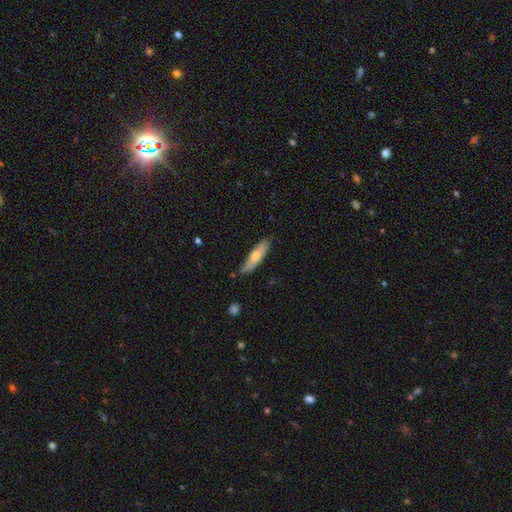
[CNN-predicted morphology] Smooth or featured? Predicted: smooth (p=0.64). How rounded? Predicted: cigar-shaped (p=0.70). Merging? Predicted: none (p=0.79).